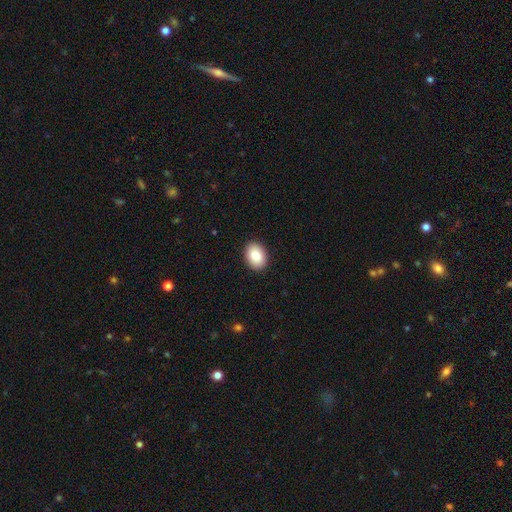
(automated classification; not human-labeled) Smooth or featured: smooth — 87% (star or artifact — 7%)
How rounded: in between — 78% (round — 21%)
Merging: none — 91% (minor disturbance — 7%)